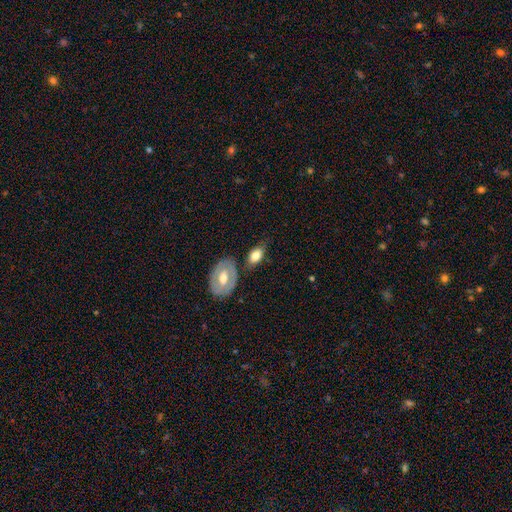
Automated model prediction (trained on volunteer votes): The model was most divided on "merging": none: 62%, minor disturbance: 20%, merger: 12%, major disturbance: 6%. More confident: how rounded — in between (89%); smooth or featured — smooth (73%).